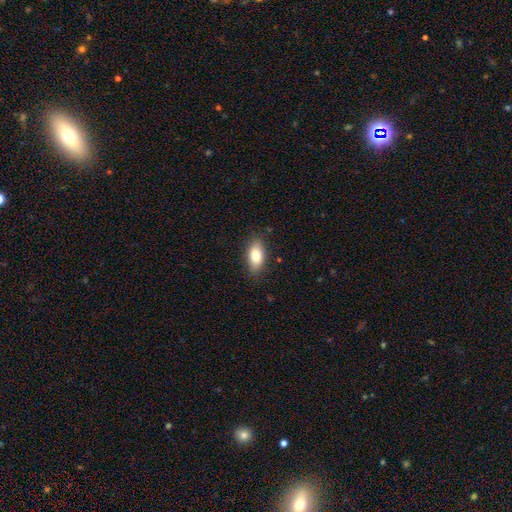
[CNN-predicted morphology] smooth-or-featured: smooth: 80% | featured or disk: 13% | star or artifact: 7%
  how-rounded: in between: 88% | cigar-shaped: 7% | round: 5%
  merging: none: 83% | minor disturbance: 13% | major disturbance: 3% | merger: 1%